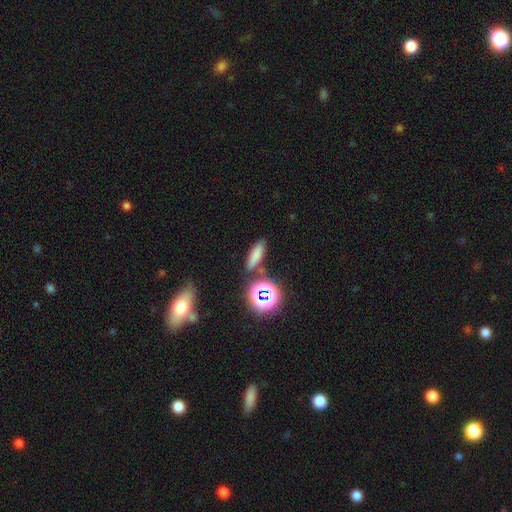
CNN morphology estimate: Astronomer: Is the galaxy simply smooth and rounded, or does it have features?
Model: smooth — 72%.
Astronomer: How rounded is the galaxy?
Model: in between — 45% (runner-up: cigar-shaped, 41%).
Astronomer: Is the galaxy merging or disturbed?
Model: none — 78%.